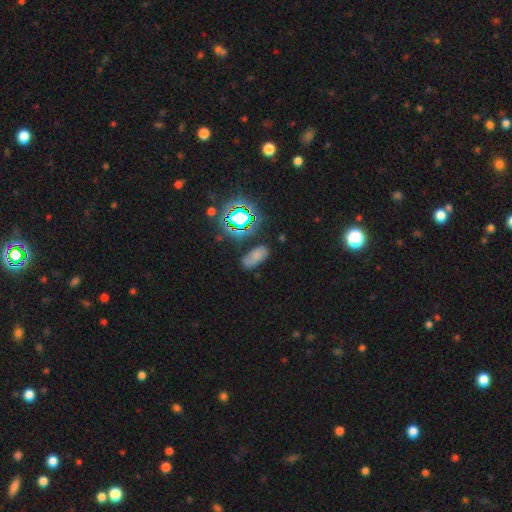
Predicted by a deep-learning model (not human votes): Morphology: type=smooth (56%); roundness=in between (88%); merging=none (66%).